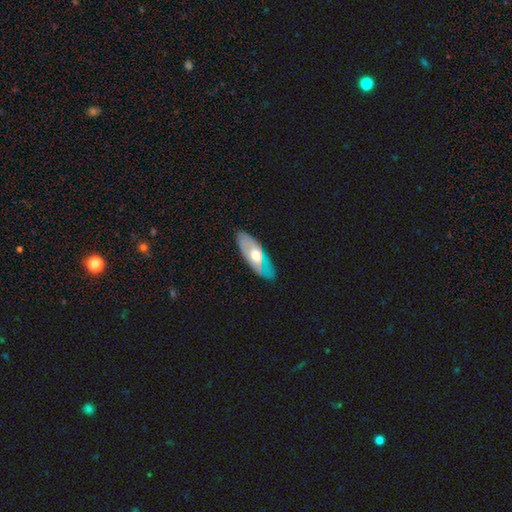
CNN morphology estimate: This is possibly a featured or disk galaxy (55%). It is likely not viewed edge-on (69%). Merging: clearly none (83%).